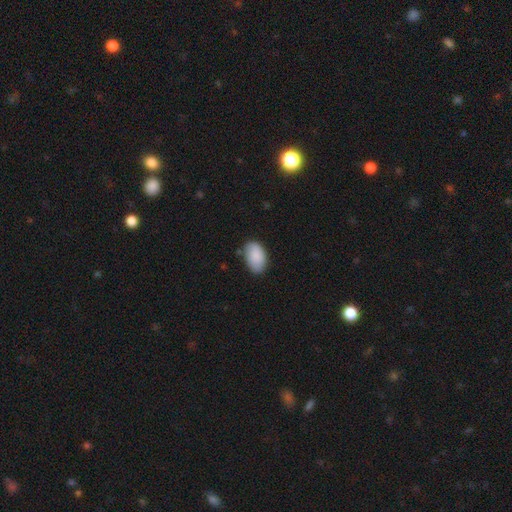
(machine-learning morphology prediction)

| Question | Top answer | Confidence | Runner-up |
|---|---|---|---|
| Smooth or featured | smooth | 89% | star or artifact (6%) |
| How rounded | in between | 93% | round (6%) |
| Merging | none | 77% | minor disturbance (18%) |